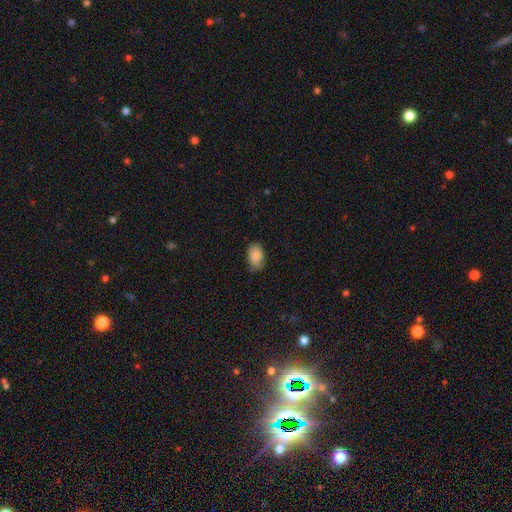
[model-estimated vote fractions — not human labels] Q: Smooth or featured?
A: smooth (86%); runner-up: star or artifact (8%)
Q: How rounded?
A: in between (88%); runner-up: round (11%)
Q: Merging?
A: none (63%); runner-up: minor disturbance (30%)